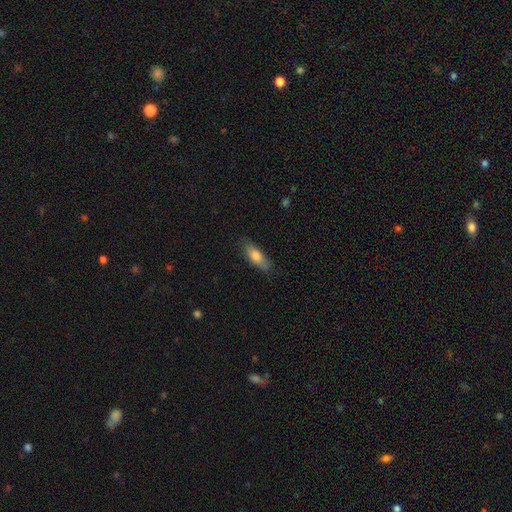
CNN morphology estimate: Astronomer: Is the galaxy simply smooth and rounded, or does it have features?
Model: smooth — 77%.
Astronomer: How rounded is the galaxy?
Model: in between — 69%.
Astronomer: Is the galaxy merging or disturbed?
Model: none — 77%.